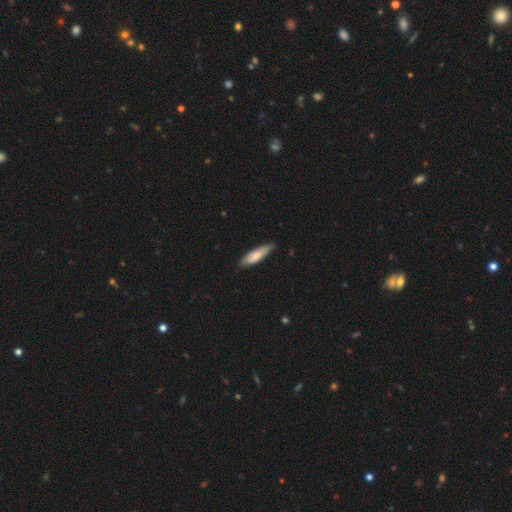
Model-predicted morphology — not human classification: This appears to be a smooth galaxy with no disk features (75%) that is cigar-shaped (70%). Merging: none (79%).